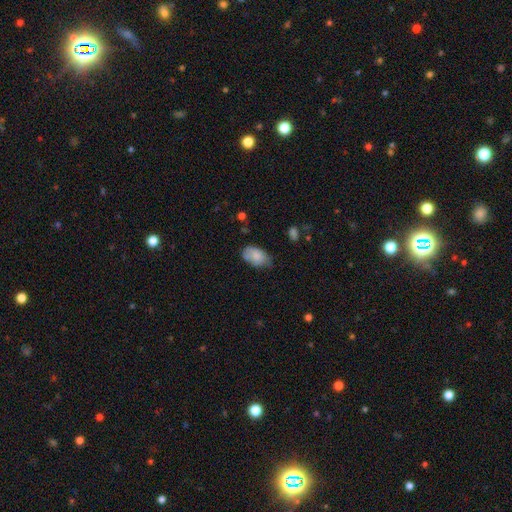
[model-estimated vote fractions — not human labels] Smooth or featured? smooth (79%)
How rounded? in between (92%)
Merging? none (55%)